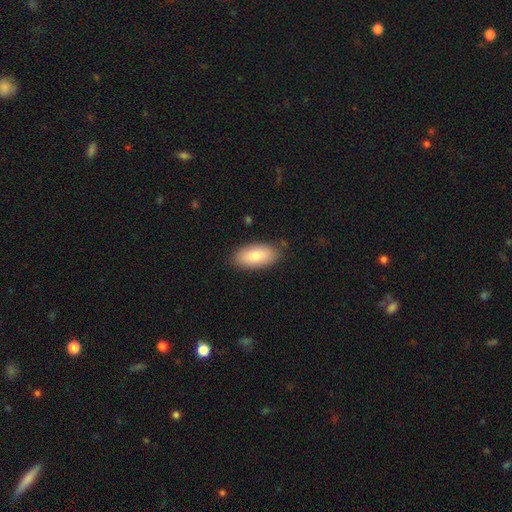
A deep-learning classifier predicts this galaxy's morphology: Smooth or featured?
  - smooth: 81% *
  - featured or disk: 13%
  - star or artifact: 6%
How rounded?
  - in between: 92% *
  - cigar-shaped: 5%
  - round: 3%
Merging?
  - none: 84% *
  - minor disturbance: 12%
  - major disturbance: 3%
  - merger: 1%